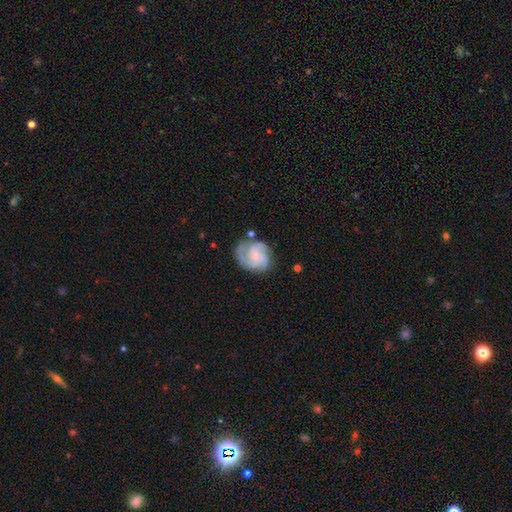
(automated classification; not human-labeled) A featured or disk galaxy (80%) with no bar (65%), 3 (49%) tight (46%) spiral arms (96%) and a small central bulge (41%).

Vote fractions:
- Smooth or featured? featured or disk: 80% / smooth: 14% / star or artifact: 6%
- Edge-on disk? no: 98% / yes: 2%
- Bar? no: 65% / weak: 29% / strong: 5%
- Spiral arms? yes: 96% / no: 4%
- Spiral winding? tight: 46% / medium: 42% / loose: 12%
- Spiral arm count? 3: 49% / 4: 16% / can't tell: 13% / 2: 12% / 1: 5% / more than 4: 5%
- Bulge size? small: 41% / none: 33% / moderate: 20% / large: 5% / dominant: 2%
- Merging? none: 70% / minor disturbance: 18% / major disturbance: 9% / merger: 3%